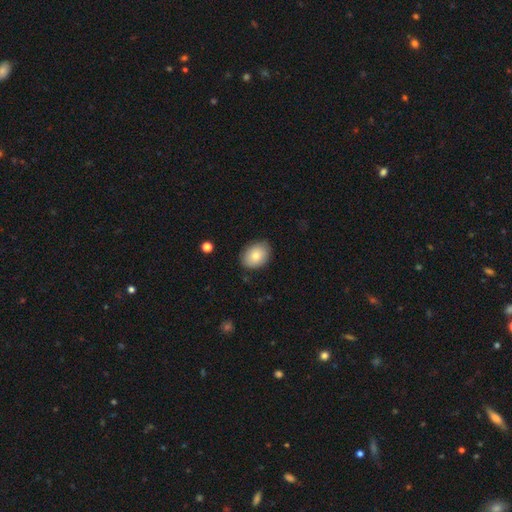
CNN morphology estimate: Q: Smooth or featured?
A: smooth (82%); runner-up: featured or disk (11%)
Q: How rounded?
A: in between (74%); runner-up: round (25%)
Q: Merging?
A: none (83%); runner-up: minor disturbance (14%)